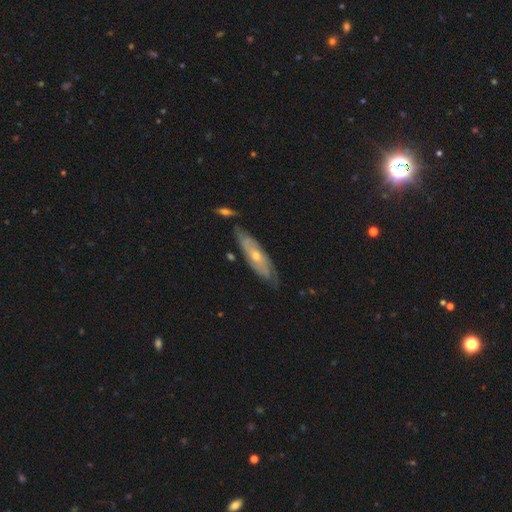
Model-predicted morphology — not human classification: smooth-or-featured: featured or disk: 70% | smooth: 23% | star or artifact: 6%
  disk-edge-on: no: 70% | yes: 30%
  merging: none: 70% | minor disturbance: 20% | merger: 5% | major disturbance: 5%